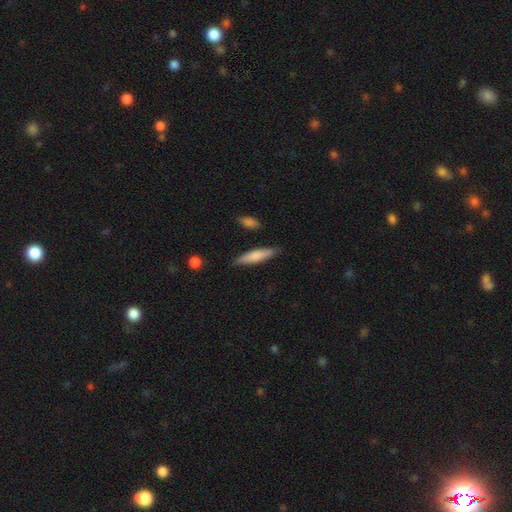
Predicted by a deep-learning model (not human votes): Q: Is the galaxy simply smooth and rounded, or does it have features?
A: smooth — 74%.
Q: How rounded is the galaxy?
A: cigar-shaped — 80%.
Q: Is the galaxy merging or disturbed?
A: none — 86%.